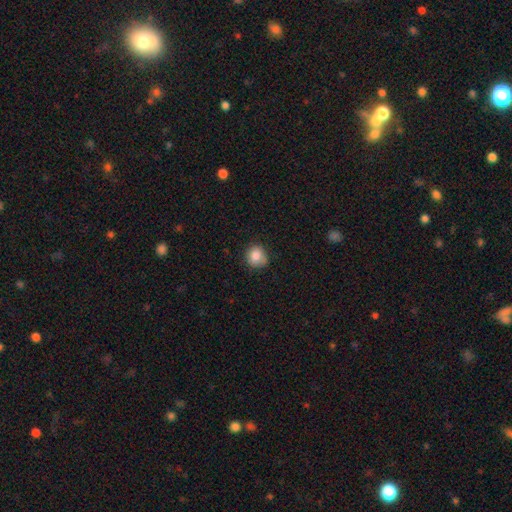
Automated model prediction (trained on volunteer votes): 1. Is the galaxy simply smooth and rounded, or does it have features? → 84% smooth, 9% star or artifact, 7% featured or disk.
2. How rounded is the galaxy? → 86% round, 13% in between, 1% cigar-shaped.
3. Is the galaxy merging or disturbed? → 74% none, 21% minor disturbance, 4% major disturbance, 2% merger.